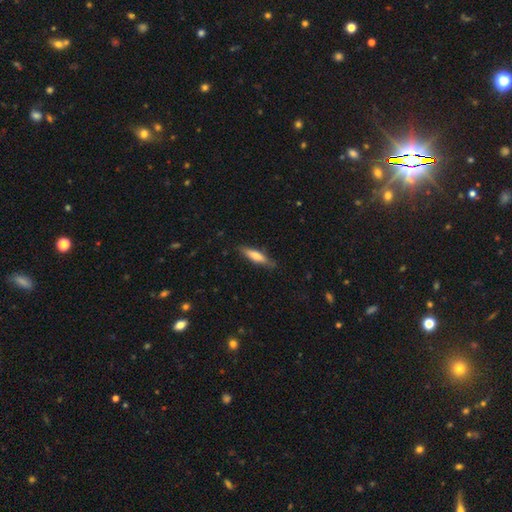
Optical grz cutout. It shows a smooth galaxy with no disk features (57%) that is cigar-shaped (83%). Merging: none (90%).